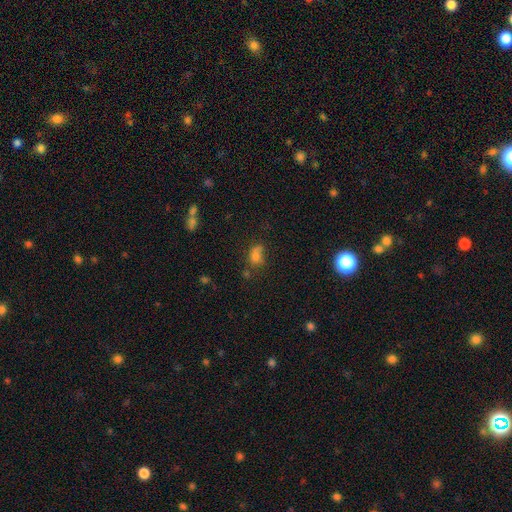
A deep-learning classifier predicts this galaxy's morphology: Q: Smooth or featured?
A: smooth (71%); runner-up: star or artifact (18%)
Q: How rounded?
A: in between (64%); runner-up: round (33%)
Q: Merging?
A: none (44%); runner-up: minor disturbance (26%)